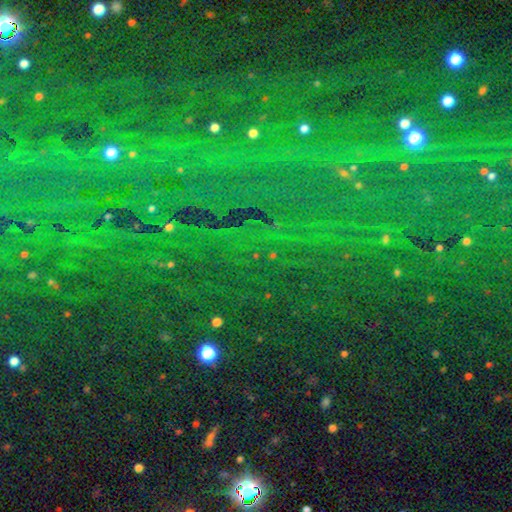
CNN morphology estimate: A star or artifact, not a galaxy (84%).

Vote fractions:
- Smooth or featured? star or artifact: 84% / smooth: 9% / featured or disk: 7%